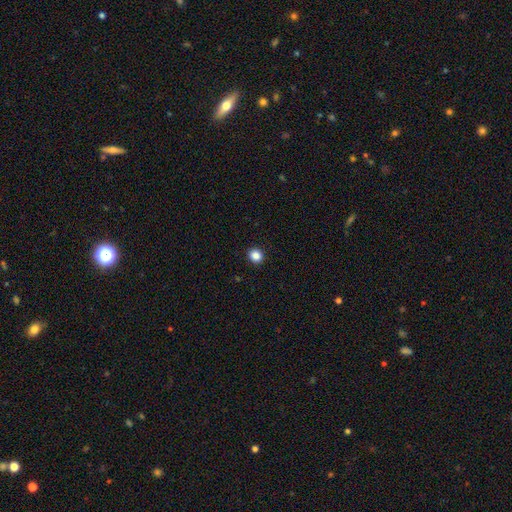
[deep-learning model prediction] Overall: smooth (86%). How rounded: round (83%). Merging: none (93%).